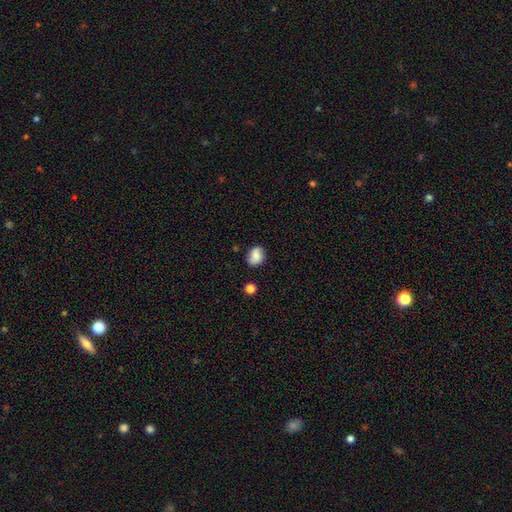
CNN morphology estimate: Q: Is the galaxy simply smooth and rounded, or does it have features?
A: smooth — 72%.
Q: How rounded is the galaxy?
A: in between — 52%.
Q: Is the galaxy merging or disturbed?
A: none — 74%.